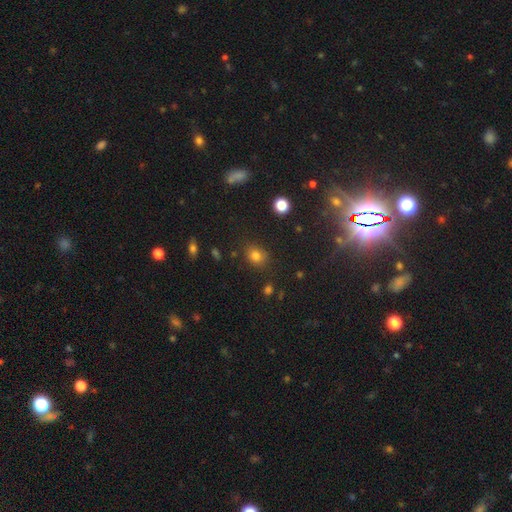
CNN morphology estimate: Smooth or featured?
  - smooth: 78% *
  - star or artifact: 15%
  - featured or disk: 7%
How rounded?
  - round: 61% *
  - in between: 38%
  - cigar-shaped: 1%
Merging?
  - none: 81% *
  - minor disturbance: 13%
  - major disturbance: 4%
  - merger: 3%